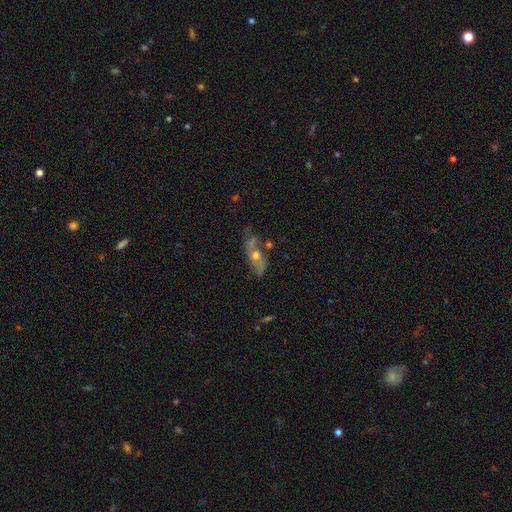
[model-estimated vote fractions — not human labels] Smooth or featured?
  - featured or disk: 54% *
  - smooth: 36%
  - star or artifact: 10%
Edge-on disk?
  - no: 74% *
  - yes: 26%
Merging?
  - none: 46% *
  - minor disturbance: 25%
  - merger: 15%
  - major disturbance: 14%